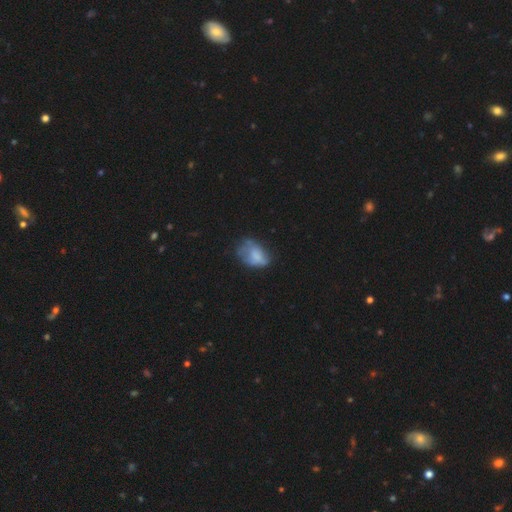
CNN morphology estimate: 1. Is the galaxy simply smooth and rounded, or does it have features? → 61% smooth, 30% featured or disk, 9% star or artifact.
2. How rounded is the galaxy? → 82% in between, 17% round, 2% cigar-shaped.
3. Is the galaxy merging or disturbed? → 36% none, 34% minor disturbance, 26% major disturbance, 4% merger.